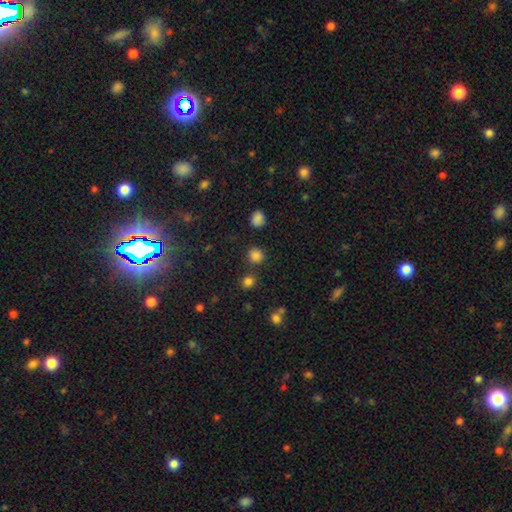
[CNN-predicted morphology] Overall: smooth (81%). How rounded: round (90%). Merging: none (85%).